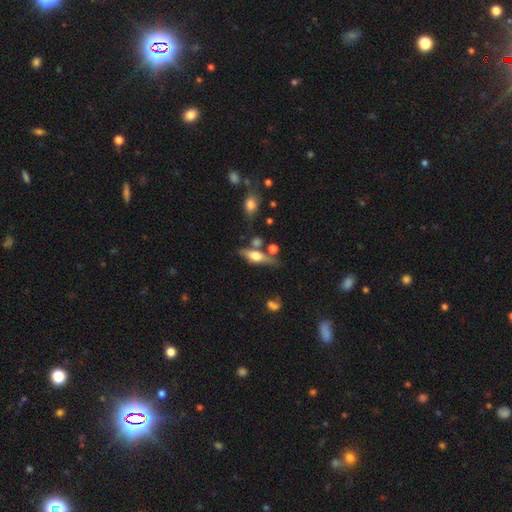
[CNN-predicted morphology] Q: Smooth or featured?
A: featured or disk (52%); runner-up: smooth (40%)
Q: Edge-on disk?
A: yes (89%); runner-up: no (11%)
Q: Merging?
A: none (65%); runner-up: minor disturbance (16%)